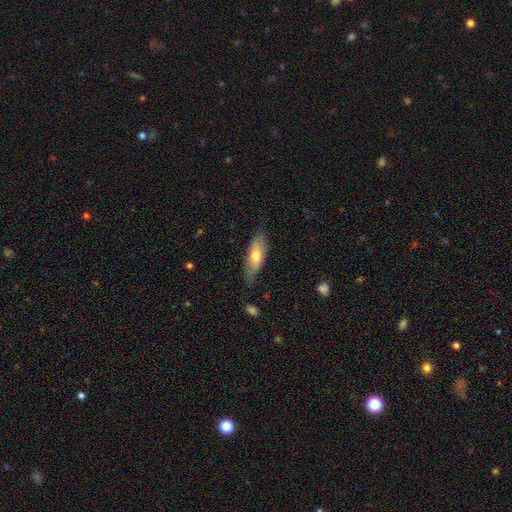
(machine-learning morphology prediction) Overall: smooth (64%; featured or disk 30%). How rounded: in between (53%; cigar-shaped 45%). Merging: none (73%).